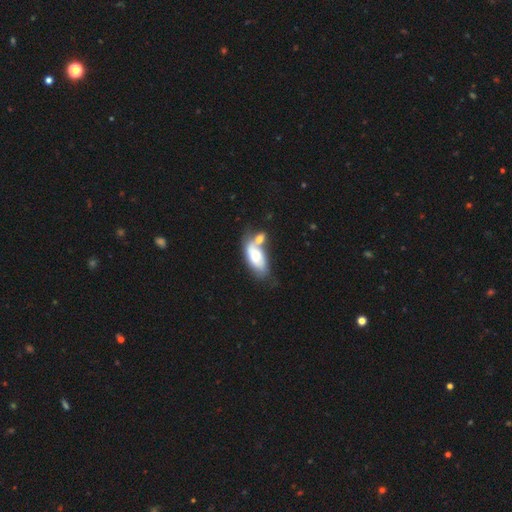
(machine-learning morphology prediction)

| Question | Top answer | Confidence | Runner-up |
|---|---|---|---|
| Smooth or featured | smooth | 56% | featured or disk (38%) |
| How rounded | in between | 86% | cigar-shaped (10%) |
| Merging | merger | 49% | none (29%) |